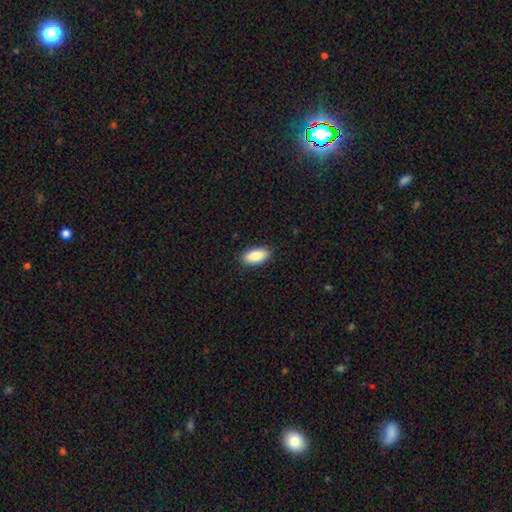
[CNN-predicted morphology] Smooth or featured: smooth — 88% (star or artifact — 6%)
How rounded: in between — 90% (cigar-shaped — 7%)
Merging: none — 89% (minor disturbance — 8%)